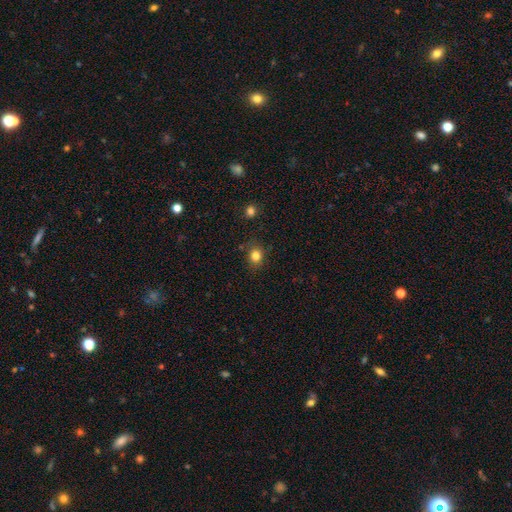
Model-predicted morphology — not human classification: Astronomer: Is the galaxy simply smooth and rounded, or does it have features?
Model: smooth — 82%.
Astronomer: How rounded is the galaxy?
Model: round — 70%.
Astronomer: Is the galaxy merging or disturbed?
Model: none — 81%.